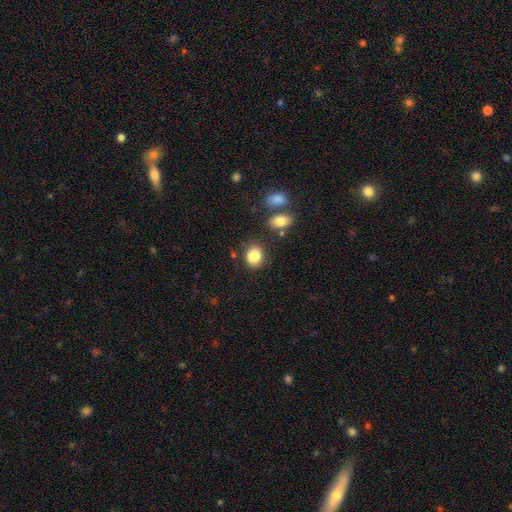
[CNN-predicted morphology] This appears to be a smooth galaxy with no disk features (85%) that is in between round and cigar-shaped (55%). Merging: none (64%).